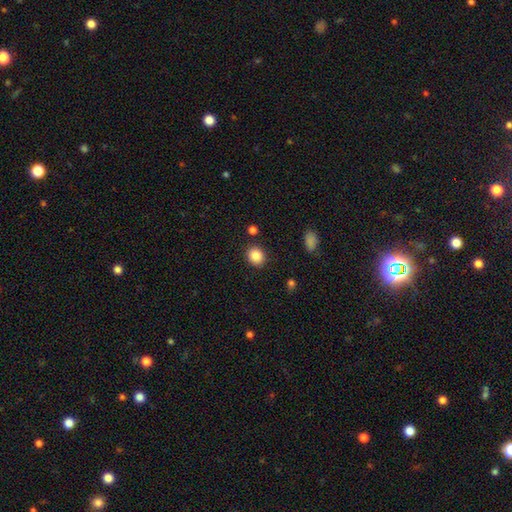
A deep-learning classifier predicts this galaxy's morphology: type=smooth (86%); roundness=round (69%); merging=none (87%).